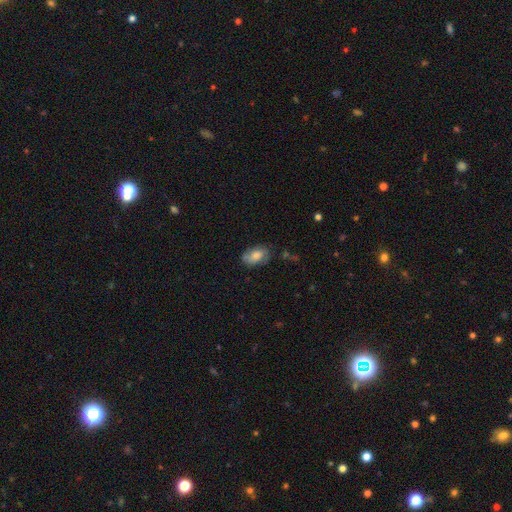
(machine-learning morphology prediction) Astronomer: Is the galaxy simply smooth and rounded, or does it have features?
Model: smooth — 68%.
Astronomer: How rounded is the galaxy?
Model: in between — 89%.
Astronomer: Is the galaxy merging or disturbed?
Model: none — 67%.